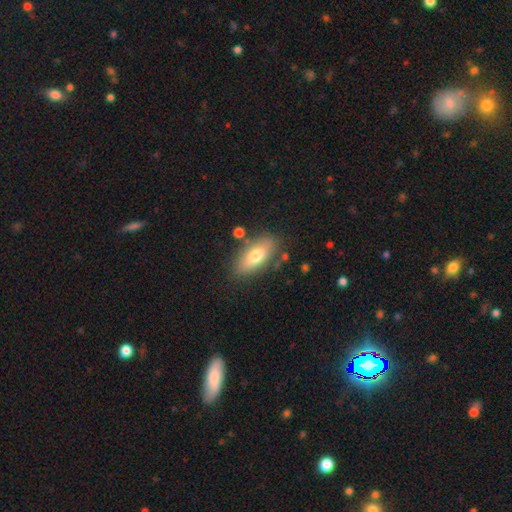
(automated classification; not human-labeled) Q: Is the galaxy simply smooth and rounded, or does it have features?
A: smooth — 71%.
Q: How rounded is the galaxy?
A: in between — 84%.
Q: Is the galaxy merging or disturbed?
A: none — 79%.